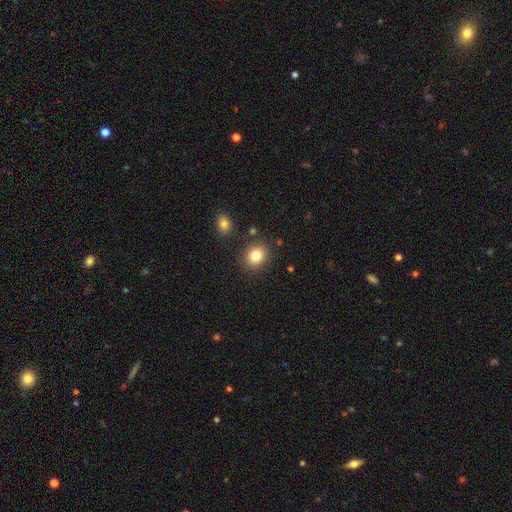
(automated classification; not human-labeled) Smooth or featured?
  - smooth: 83% *
  - star or artifact: 11%
  - featured or disk: 7%
How rounded?
  - round: 68% *
  - in between: 31%
  - cigar-shaped: 1%
Merging?
  - none: 86% *
  - minor disturbance: 8%
  - merger: 4%
  - major disturbance: 3%